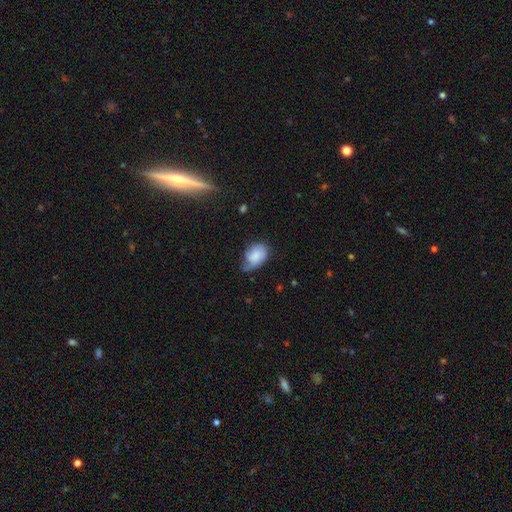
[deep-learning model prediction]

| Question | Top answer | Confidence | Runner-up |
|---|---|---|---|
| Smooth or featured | smooth | 62% | featured or disk (30%) |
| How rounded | in between | 80% | round (19%) |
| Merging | minor disturbance | 40% | none (38%) |